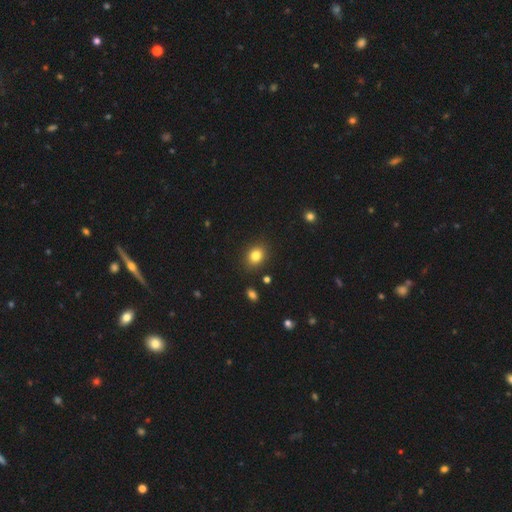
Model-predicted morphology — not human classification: Smooth or featured? Predicted: smooth (p=0.83). How rounded? Predicted: in between (p=0.54). Merging? Predicted: none (p=0.87).